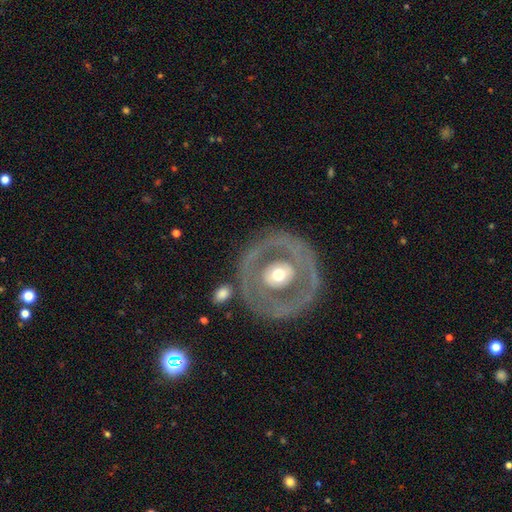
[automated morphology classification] A featured or disk galaxy (71%) with no bar (72%), no spiral arms (81%) and a moderate central bulge (66%).

Vote fractions:
- Smooth or featured? featured or disk: 71% / smooth: 23% / star or artifact: 6%
- Edge-on disk? no: 94% / yes: 6%
- Bar? no: 72% / weak: 17% / strong: 11%
- Spiral arms? no: 81% / yes: 19%
- Bulge size? moderate: 66% / small: 24% / large: 7% / dominant: 1% / none: 1%
- Merging? none: 77% / minor disturbance: 13% / major disturbance: 7% / merger: 3%